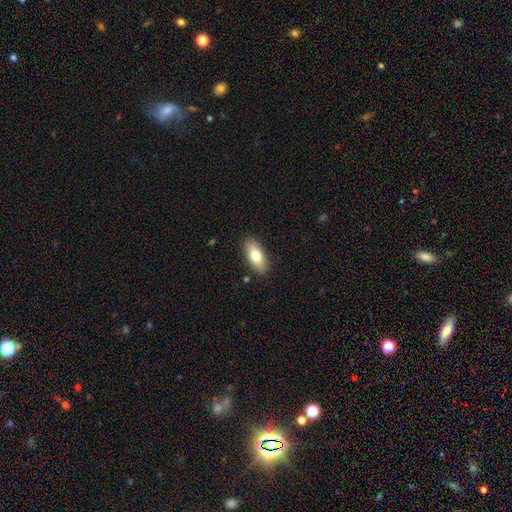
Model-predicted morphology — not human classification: Smooth or featured? smooth (78%)
How rounded? in between (85%)
Merging? none (88%)